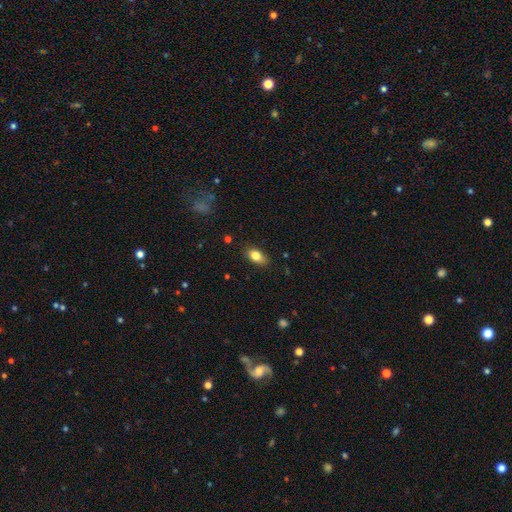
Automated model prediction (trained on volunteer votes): Morphology: type=smooth (82%); roundness=in between (88%); merging=none (85%).